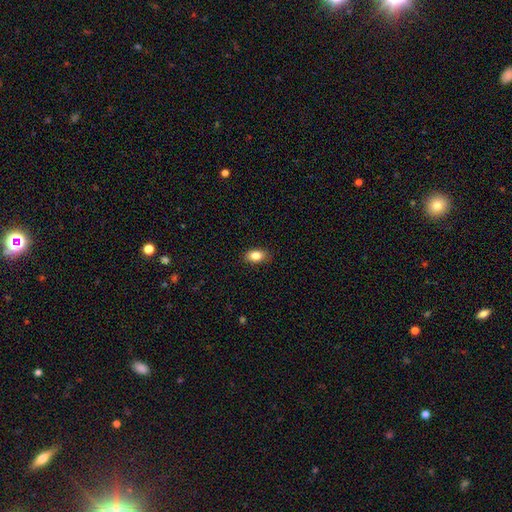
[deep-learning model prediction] Morphology: type=smooth (83%); roundness=in between (85%); merging=none (86%).